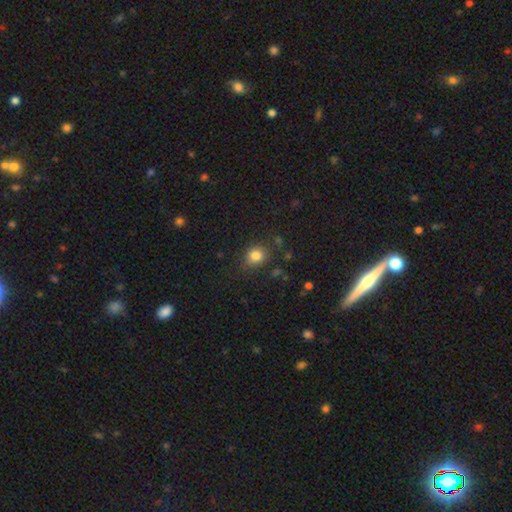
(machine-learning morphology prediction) smooth 82%, star or artifact 12%, featured or disk 6%. Down the decision tree: how rounded — round (67%); merging — none (78%).